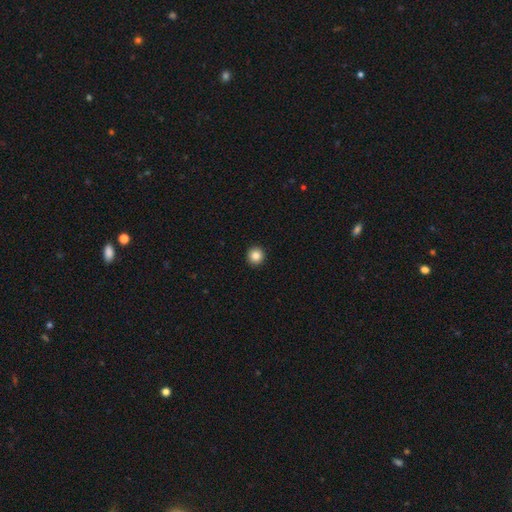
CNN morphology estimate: A smooth galaxy with no disk features (85%) that is round (95%).

Vote fractions:
- Smooth or featured? smooth: 85% / star or artifact: 10% / featured or disk: 5%
- How rounded? round: 95% / in between: 4% / cigar-shaped: 1%
- Merging? none: 94% / minor disturbance: 4% / major disturbance: 1% / merger: 1%